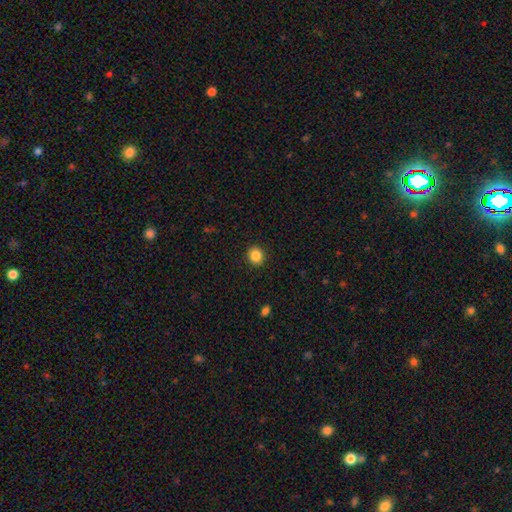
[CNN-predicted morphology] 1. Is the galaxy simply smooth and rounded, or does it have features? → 85% smooth, 10% star or artifact, 5% featured or disk.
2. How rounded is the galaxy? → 85% round, 14% in between, 1% cigar-shaped.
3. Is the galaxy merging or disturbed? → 92% none, 5% minor disturbance, 2% major disturbance, 1% merger.